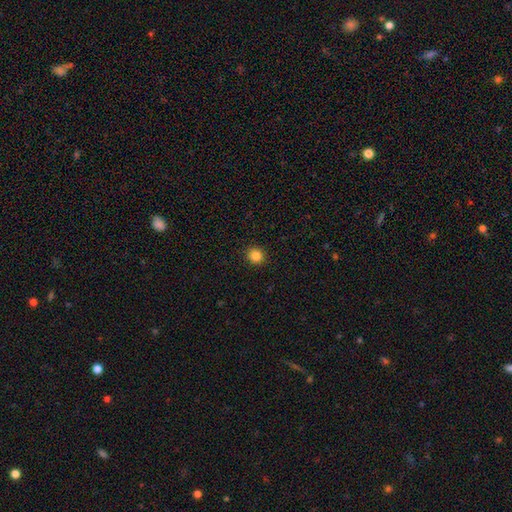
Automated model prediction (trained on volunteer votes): A smooth galaxy with no disk features (85%) that is round (87%).

Vote fractions:
- Smooth or featured? smooth: 85% / star or artifact: 11% / featured or disk: 4%
- How rounded? round: 87% / in between: 12% / cigar-shaped: 1%
- Merging? none: 92% / minor disturbance: 5% / major disturbance: 2% / merger: 1%